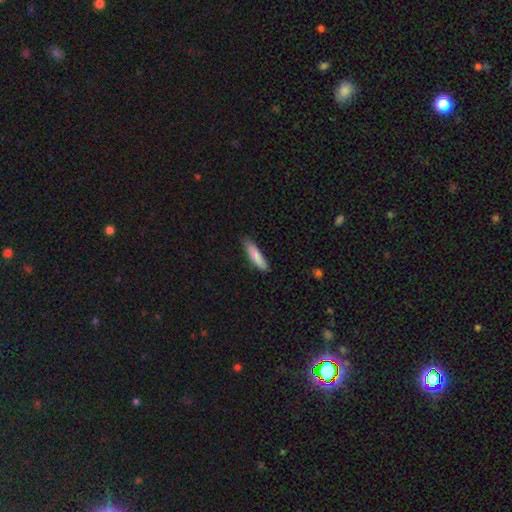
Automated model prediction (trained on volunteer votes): Smooth or featured? Predicted: smooth (p=0.83). How rounded? Predicted: cigar-shaped (p=0.72). Merging? Predicted: none (p=0.80).